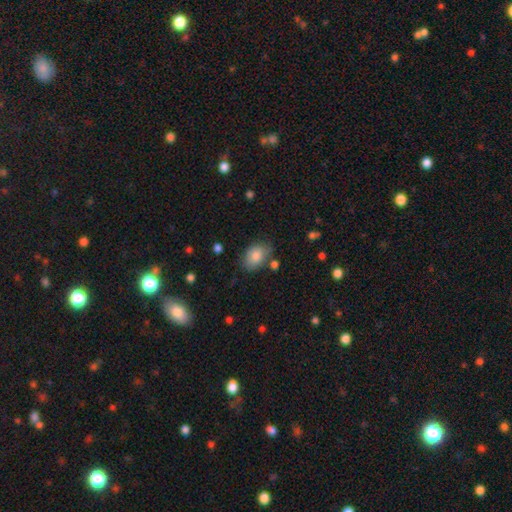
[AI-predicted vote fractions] A smooth galaxy with no disk features (84%) that is in between round and cigar-shaped (83%). Merging: none (71%).